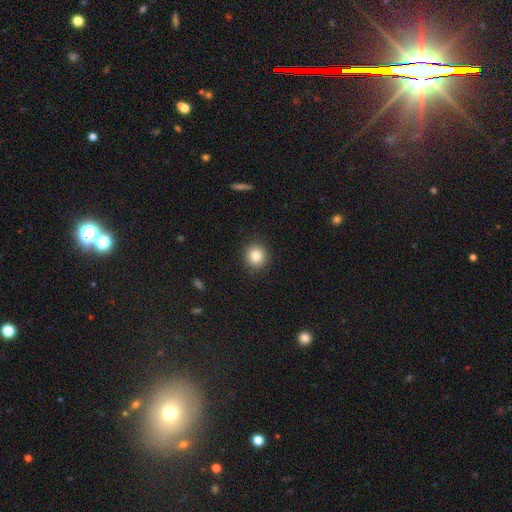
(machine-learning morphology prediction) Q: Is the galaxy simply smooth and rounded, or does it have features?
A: smooth — 85%.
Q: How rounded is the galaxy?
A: round — 91%.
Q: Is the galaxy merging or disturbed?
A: none — 91%.